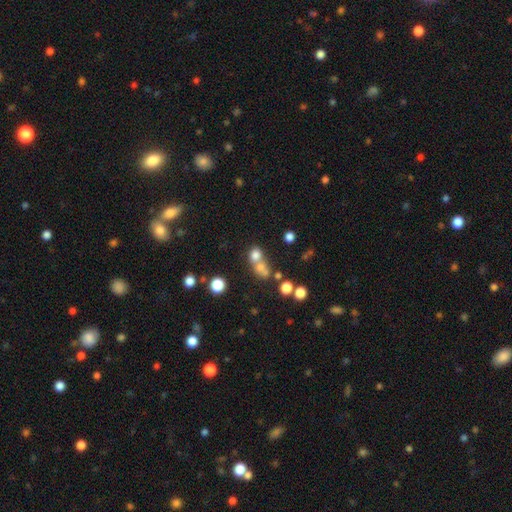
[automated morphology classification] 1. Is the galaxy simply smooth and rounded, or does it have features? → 70% smooth, 16% star or artifact, 14% featured or disk.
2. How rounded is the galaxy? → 71% round, 27% in between, 1% cigar-shaped.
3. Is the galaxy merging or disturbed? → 54% merger, 34% none, 7% minor disturbance, 5% major disturbance.